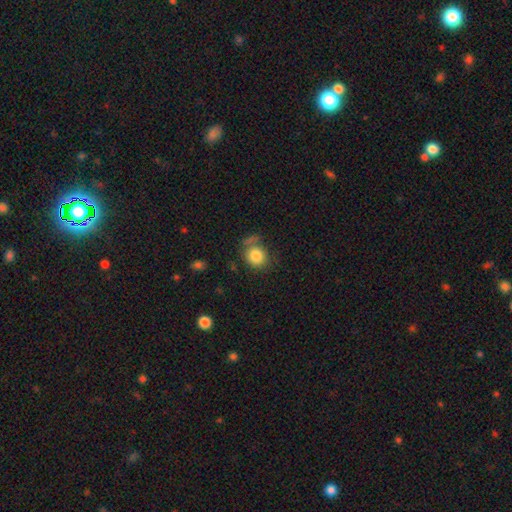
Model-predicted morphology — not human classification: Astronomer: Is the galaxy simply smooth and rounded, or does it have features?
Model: smooth — 82%.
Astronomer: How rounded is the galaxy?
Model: round — 74%.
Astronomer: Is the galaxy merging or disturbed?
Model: none — 60%.